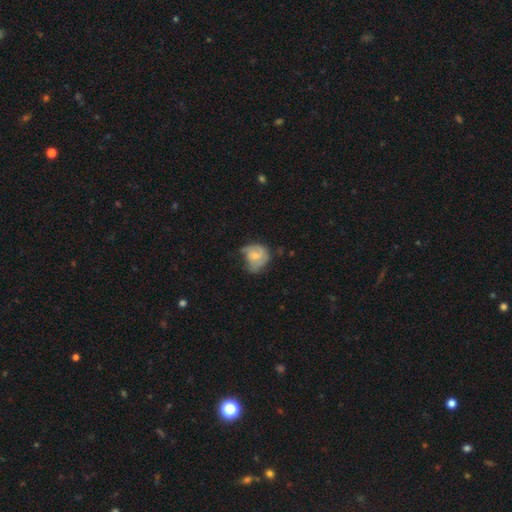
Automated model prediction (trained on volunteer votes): A smooth galaxy with no disk features (53%) that is round (59%).

Vote fractions:
- Smooth or featured? smooth: 53% / featured or disk: 40% / star or artifact: 7%
- How rounded? round: 59% / in between: 40% / cigar-shaped: 1%
- Merging? minor disturbance: 40% / none: 32% / major disturbance: 25% / merger: 3%